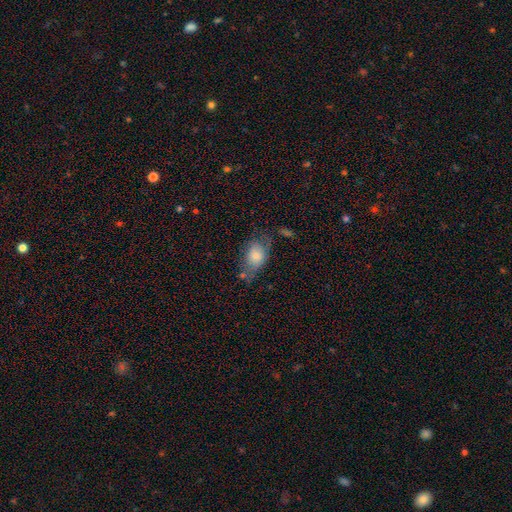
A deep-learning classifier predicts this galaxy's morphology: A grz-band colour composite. It shows a smooth galaxy with no disk features (72%) that is in between round and cigar-shaped (81%). Merging: none (45%).